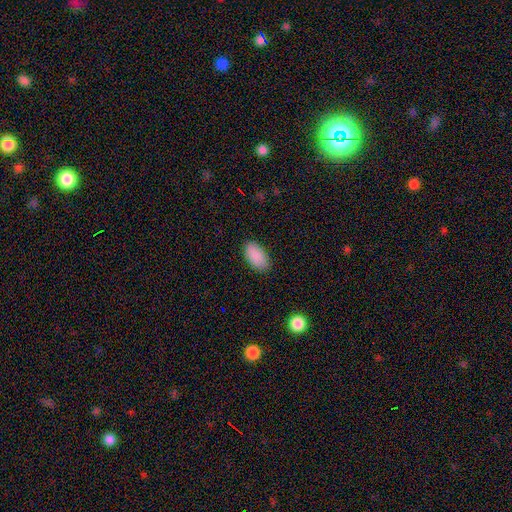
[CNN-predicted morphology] type=smooth (90%); roundness=in between (94%); merging=none (86%).